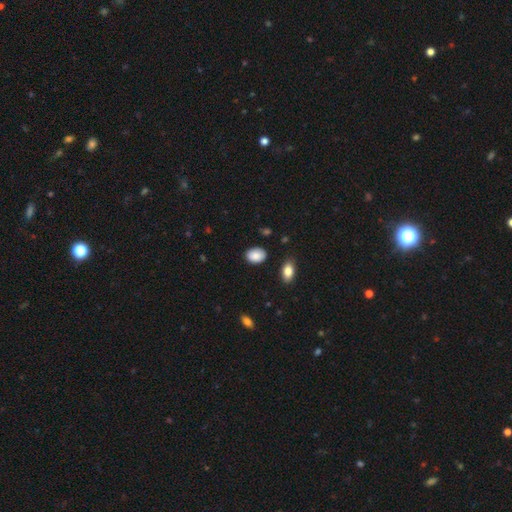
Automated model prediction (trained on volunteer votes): Q: Smooth or featured?
A: smooth (88%); runner-up: star or artifact (7%)
Q: How rounded?
A: in between (80%); runner-up: round (19%)
Q: Merging?
A: none (85%); runner-up: minor disturbance (11%)